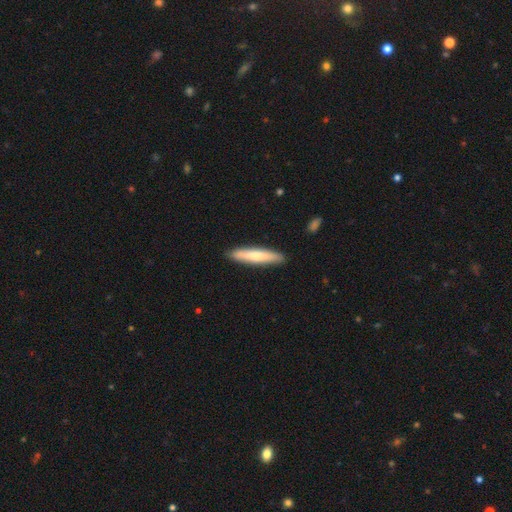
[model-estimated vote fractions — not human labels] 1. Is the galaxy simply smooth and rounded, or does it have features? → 68% smooth, 27% featured or disk, 5% star or artifact.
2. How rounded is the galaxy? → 91% cigar-shaped, 8% in between, 1% round.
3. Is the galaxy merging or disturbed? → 89% none, 8% minor disturbance, 1% major disturbance, 1% merger.